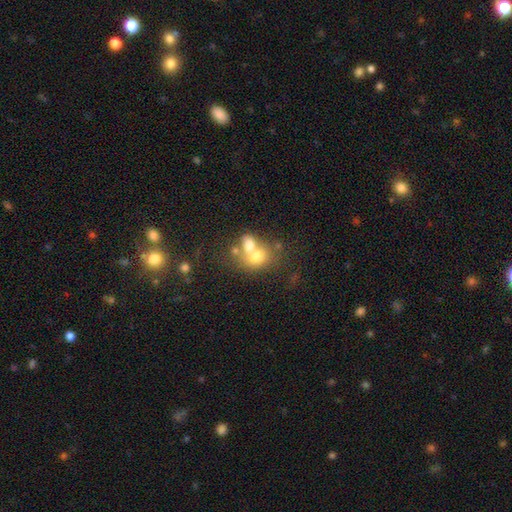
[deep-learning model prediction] The model was most divided on "how rounded": round: 50%, in between: 49%, cigar-shaped: 1%. More confident: merging — merger (64%); smooth or featured — smooth (63%).